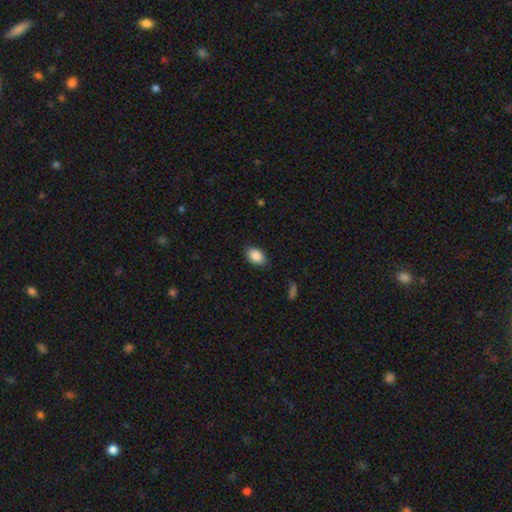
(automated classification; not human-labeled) This is clearly a smooth galaxy (88%). How rounded: clearly in between (88%). Merging: clearly none (84%).